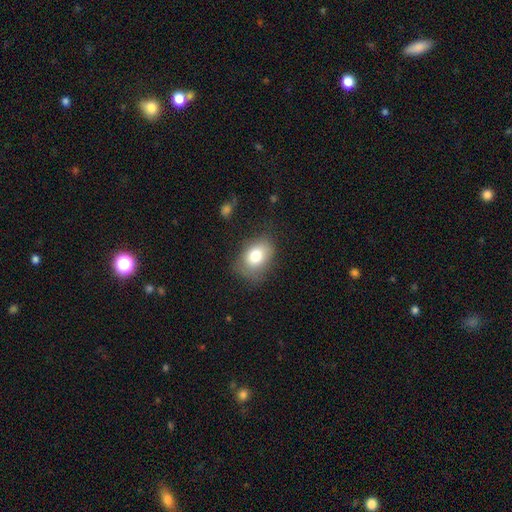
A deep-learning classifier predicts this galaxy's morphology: smooth_or_featured: smooth (p=0.77) [alt: featured or disk p=0.13]
how_rounded: in between (p=0.74) [alt: round p=0.25]
merging: none (p=0.64) [alt: minor disturbance p=0.25]